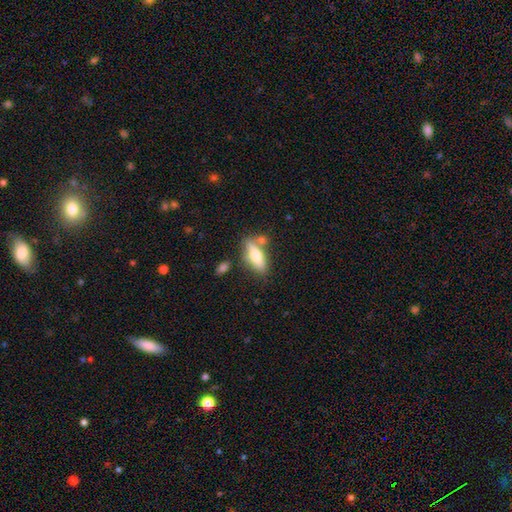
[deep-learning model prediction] The model was most divided on "how rounded": in between: 58%, cigar-shaped: 39%, round: 3%. More confident: merging — none (68%); smooth or featured — smooth (58%).